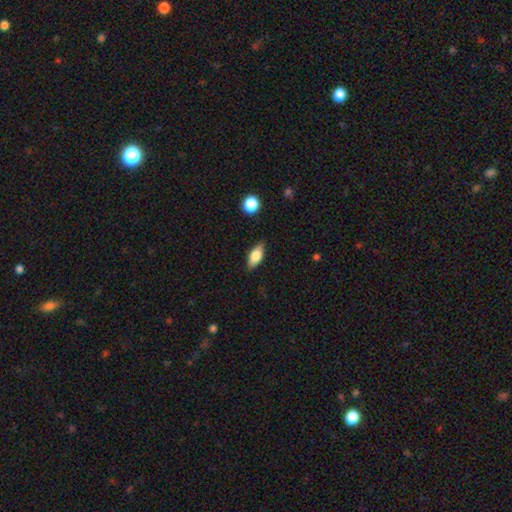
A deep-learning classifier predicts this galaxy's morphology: This is likely a smooth galaxy (69%). How rounded: clearly in between (82%). Merging: clearly none (81%).